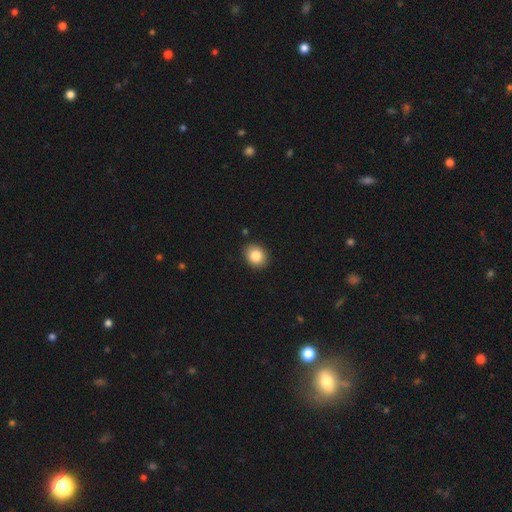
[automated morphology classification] smooth 84%, star or artifact 9%, featured or disk 7%. Down the decision tree: how rounded — round (65%); merging — none (90%).